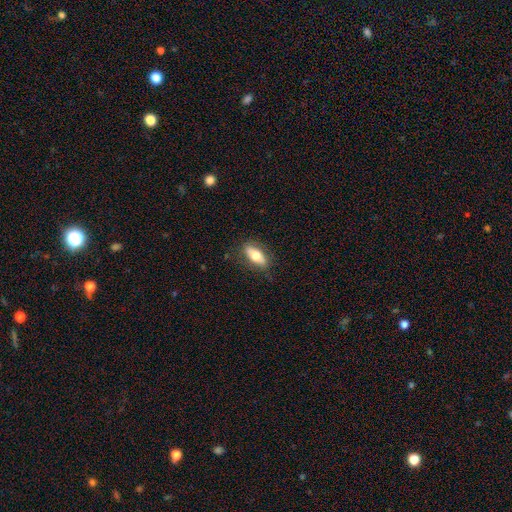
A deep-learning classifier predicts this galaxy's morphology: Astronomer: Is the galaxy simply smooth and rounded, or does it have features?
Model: smooth — 67%.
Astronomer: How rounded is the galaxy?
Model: in between — 78%.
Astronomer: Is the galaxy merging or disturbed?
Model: none — 81%.